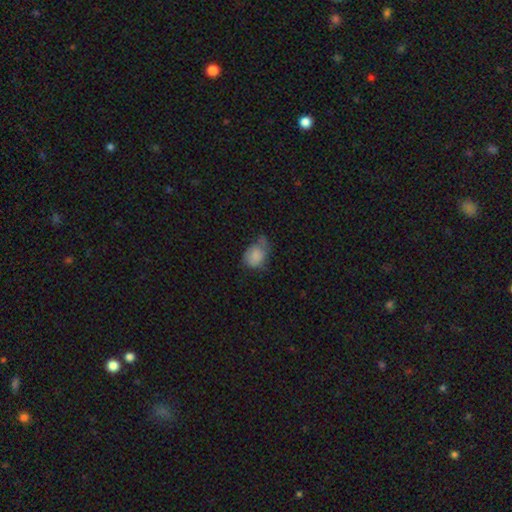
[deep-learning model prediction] Smooth or featured: smooth — 80% (featured or disk — 11%)
How rounded: in between — 68% (round — 30%)
Merging: minor disturbance — 44% (none — 32%)